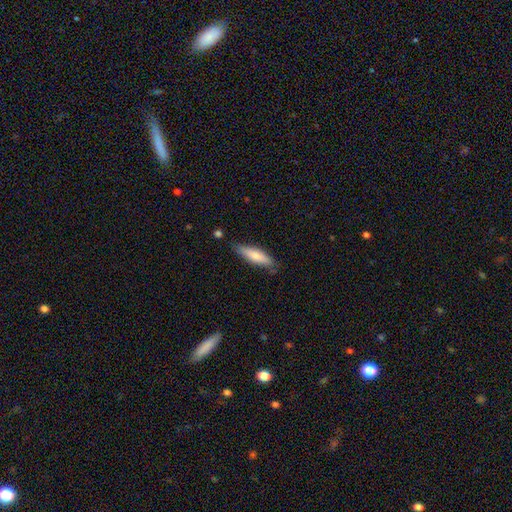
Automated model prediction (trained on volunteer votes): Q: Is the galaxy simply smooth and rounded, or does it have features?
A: smooth — 73%.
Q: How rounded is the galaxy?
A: cigar-shaped — 68%.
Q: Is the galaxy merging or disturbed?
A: none — 77%.